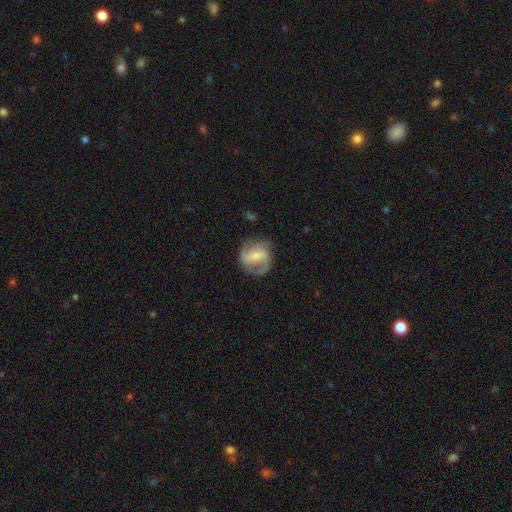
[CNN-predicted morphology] A featured or disk galaxy (78%) with a weak bar (47%), 2 (49%) medium (50%) spiral arms (93%) and a small central bulge (50%).

Vote fractions:
- Smooth or featured? featured or disk: 78% / smooth: 16% / star or artifact: 6%
- Edge-on disk? no: 98% / yes: 2%
- Bar? weak: 47% / no: 28% / strong: 25%
- Spiral arms? yes: 93% / no: 7%
- Spiral winding? medium: 50% / loose: 27% / tight: 23%
- Spiral arm count? 2: 49% / 3: 28% / can't tell: 12% / 1: 4% / 4: 4% / more than 4: 3%
- Bulge size? small: 50% / moderate: 37% / none: 8% / large: 4% / dominant: 1%
- Merging? none: 68% / minor disturbance: 19% / major disturbance: 11% / merger: 2%